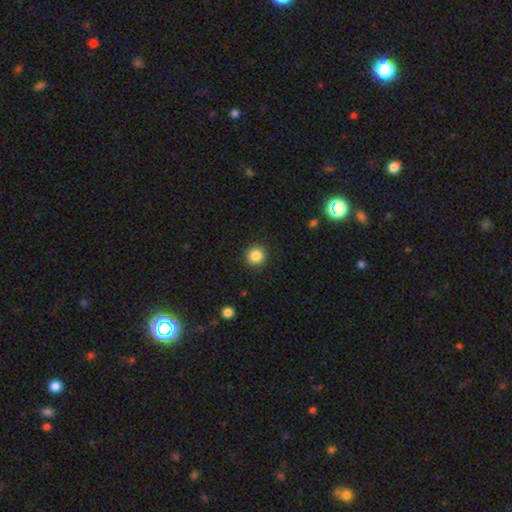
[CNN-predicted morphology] smooth-or-featured: smooth: 86% | star or artifact: 10% | featured or disk: 4%
  how-rounded: round: 93% | in between: 6% | cigar-shaped: 1%
  merging: none: 92% | minor disturbance: 5% | major disturbance: 2% | merger: 1%